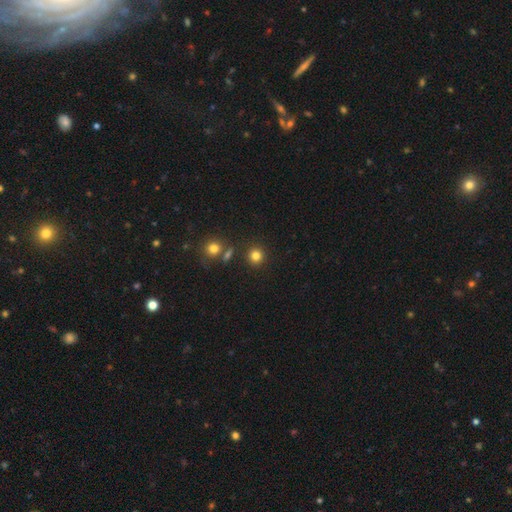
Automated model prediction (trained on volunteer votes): smooth_or_featured: smooth (p=0.81) [alt: star or artifact p=0.14]
how_rounded: round (p=0.92) [alt: in between p=0.07]
merging: none (p=0.86) [alt: minor disturbance p=0.06]